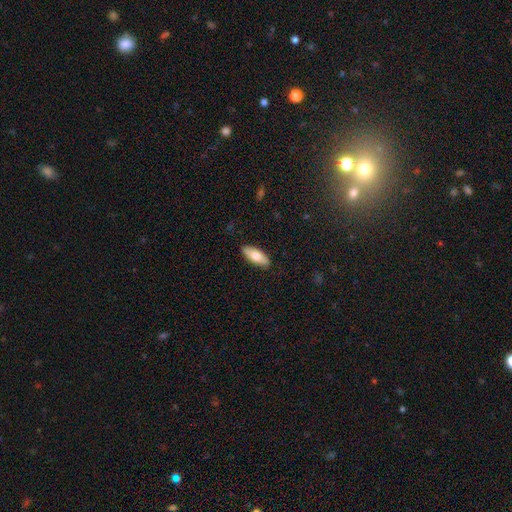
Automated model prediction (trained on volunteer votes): Overall: smooth (74%). How rounded: in between (74%). Merging: none (88%).